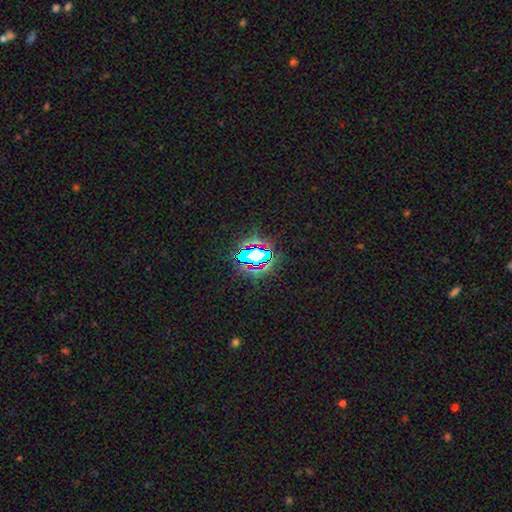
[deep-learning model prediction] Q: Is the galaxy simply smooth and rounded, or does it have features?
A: star or artifact — 69%.